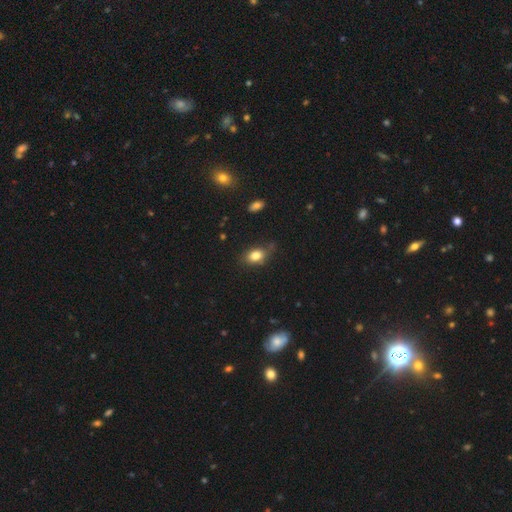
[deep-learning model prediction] Q: Smooth or featured?
A: smooth (81%); runner-up: star or artifact (10%)
Q: How rounded?
A: in between (77%); runner-up: round (21%)
Q: Merging?
A: none (69%); runner-up: minor disturbance (22%)